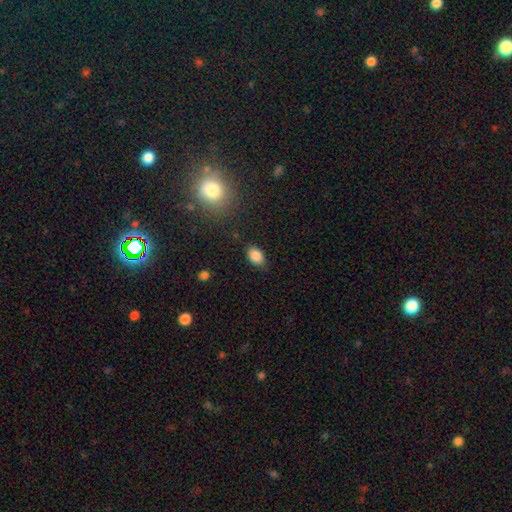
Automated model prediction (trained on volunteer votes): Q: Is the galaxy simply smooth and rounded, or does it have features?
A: smooth — 87%.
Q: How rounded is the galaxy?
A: in between — 83%.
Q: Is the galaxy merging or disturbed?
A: none — 82%.